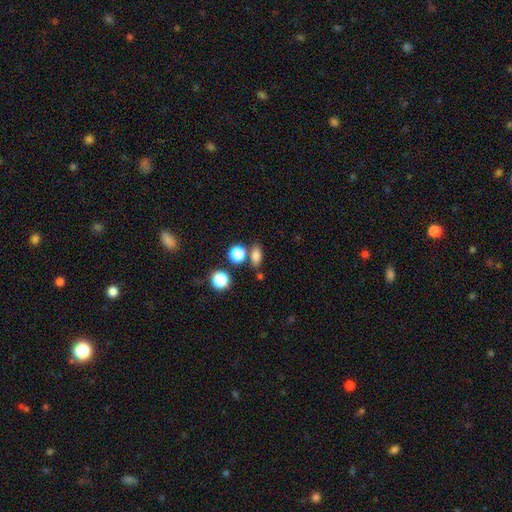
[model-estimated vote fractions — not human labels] Overall: smooth (77%). How rounded: in between (72%). Merging: none (72%).